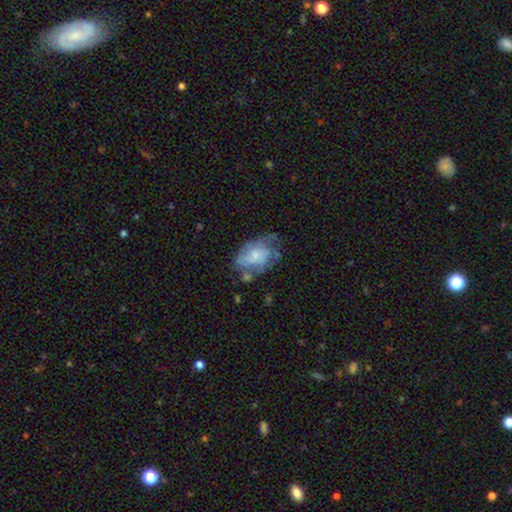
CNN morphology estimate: Overall: featured or disk (55%; smooth 37%). Edge-on disk: no (96%). Bar: no (78%). Spiral arms: yes (61%; no 39%). Bulge size: small (47%; moderate 35%). Merging: none (42%; minor disturbance 30%).